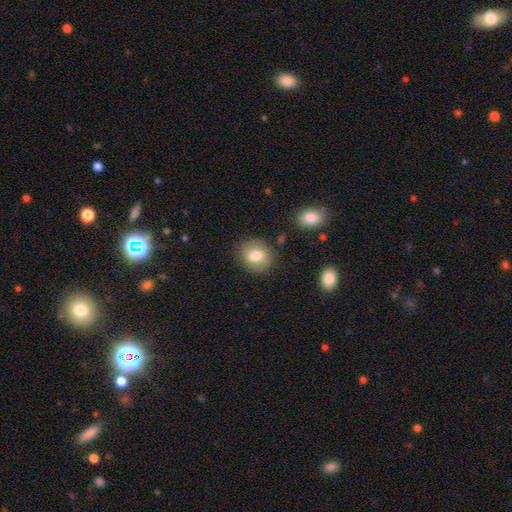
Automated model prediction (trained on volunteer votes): This appears to be a smooth galaxy with no disk features (78%) that is round (75%). Merging: none (85%).